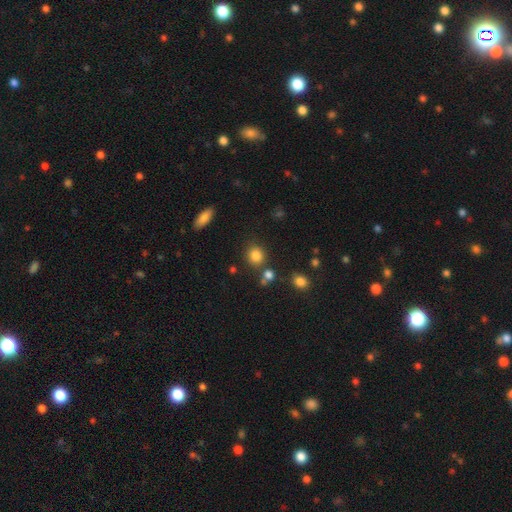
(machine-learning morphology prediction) smooth-or-featured: smooth: 84% | star or artifact: 11% | featured or disk: 5%
  how-rounded: round: 81% | in between: 18% | cigar-shaped: 1%
  merging: none: 77% | minor disturbance: 10% | merger: 9% | major disturbance: 4%